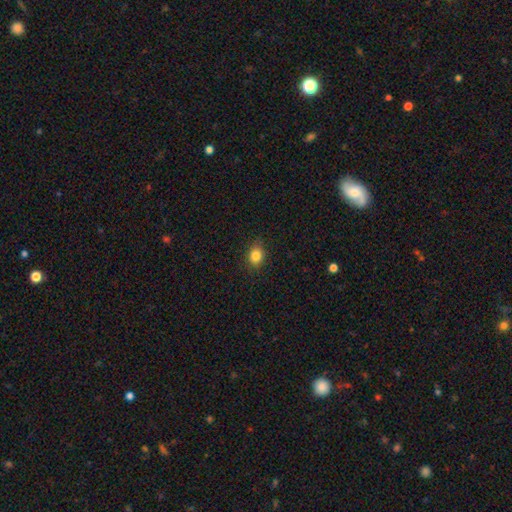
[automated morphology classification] smooth-or-featured: smooth: 84% | star or artifact: 10% | featured or disk: 6%
  how-rounded: in between: 51% | round: 48% | cigar-shaped: 1%
  merging: none: 86% | minor disturbance: 11% | major disturbance: 2% | merger: 1%